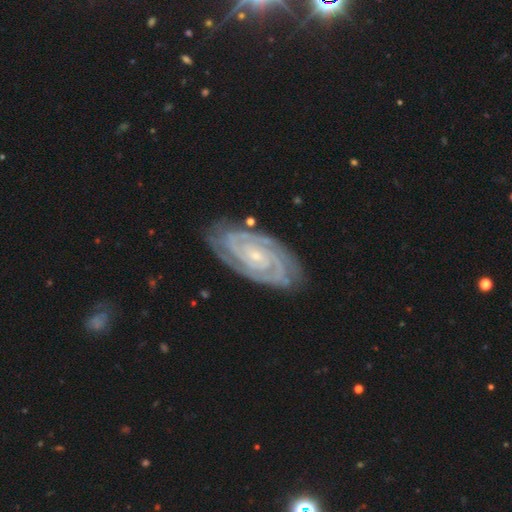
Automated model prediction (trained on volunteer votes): This appears to be a featured or disk galaxy (92%) with no bar (64%), 2 (58%) tight (83%) spiral arms (99%) and a small central bulge (81%). Merging: none (82%).